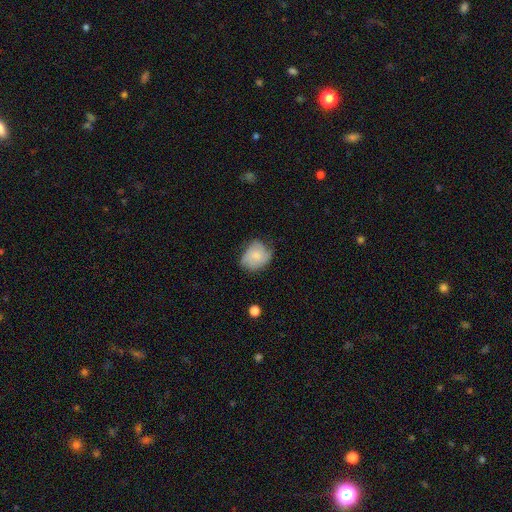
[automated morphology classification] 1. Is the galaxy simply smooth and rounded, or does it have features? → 60% smooth, 33% featured or disk, 8% star or artifact.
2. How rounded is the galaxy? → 55% round, 44% in between, 1% cigar-shaped.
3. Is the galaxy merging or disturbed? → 54% none, 34% minor disturbance, 11% major disturbance, 2% merger.